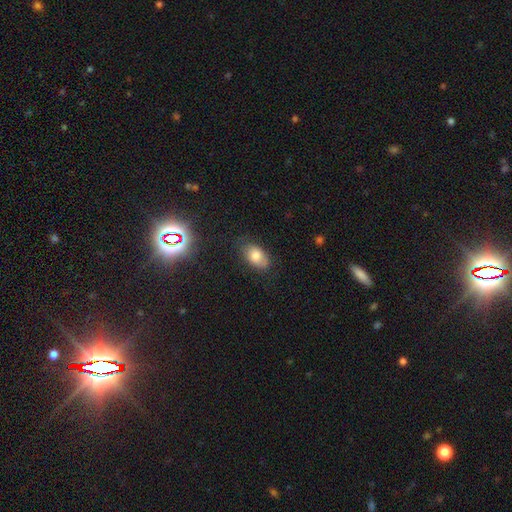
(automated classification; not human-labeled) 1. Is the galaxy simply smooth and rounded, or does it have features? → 78% smooth, 12% featured or disk, 10% star or artifact.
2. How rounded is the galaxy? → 90% in between, 8% round, 2% cigar-shaped.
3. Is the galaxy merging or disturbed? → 75% none, 19% minor disturbance, 5% major disturbance, 2% merger.